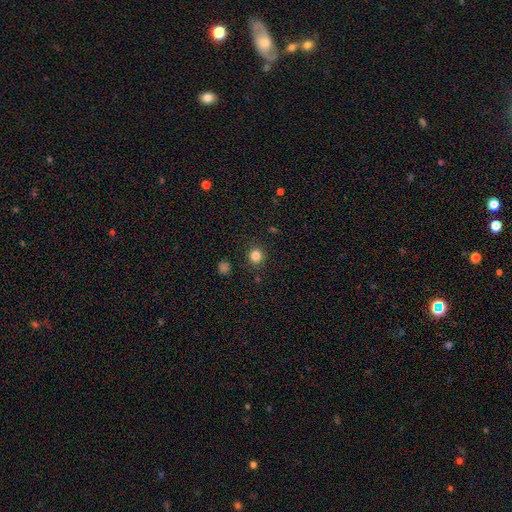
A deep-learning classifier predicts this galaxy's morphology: This is clearly a smooth galaxy (83%). How rounded: clearly round (91%). Merging: clearly none (90%).